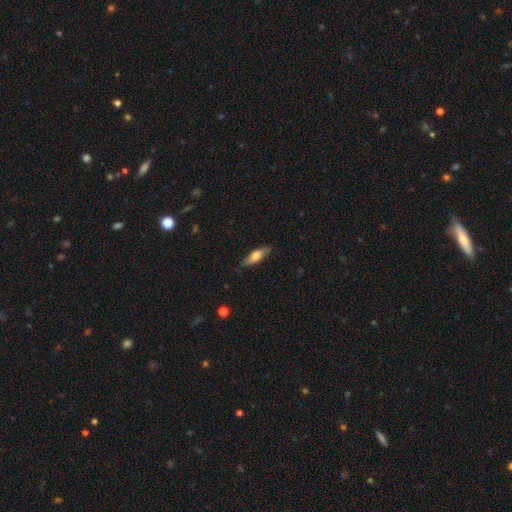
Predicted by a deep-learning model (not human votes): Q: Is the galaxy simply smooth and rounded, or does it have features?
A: smooth — 68%.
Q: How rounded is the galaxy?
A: in between — 58%.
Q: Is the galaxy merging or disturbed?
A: none — 80%.